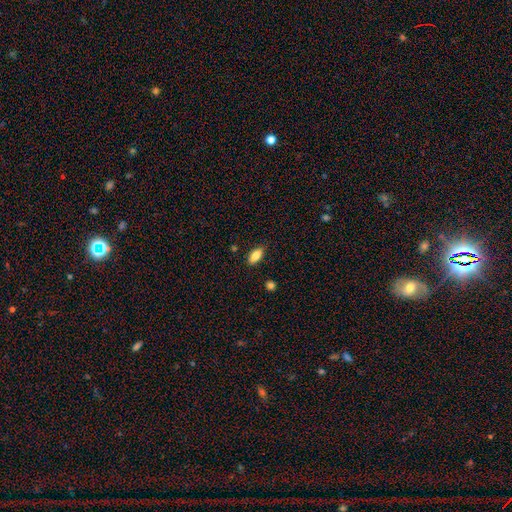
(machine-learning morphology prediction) The model was most divided on "merging": none: 84%, minor disturbance: 12%, major disturbance: 2%, merger: 2%. More confident: how rounded — in between (86%); smooth or featured — smooth (84%).